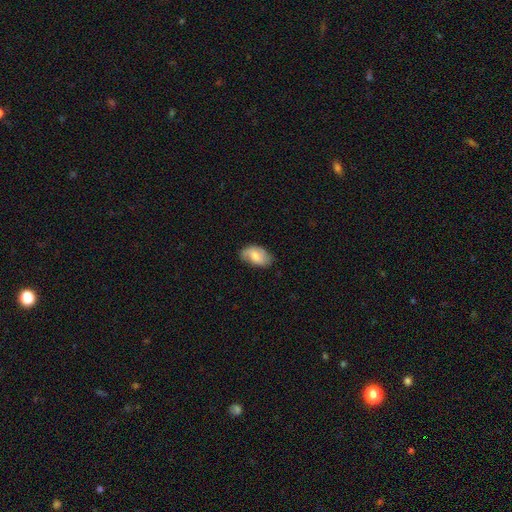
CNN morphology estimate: smooth 64%, featured or disk 29%, star or artifact 7%. Down the decision tree: how rounded — in between (93%); merging — none (69%).